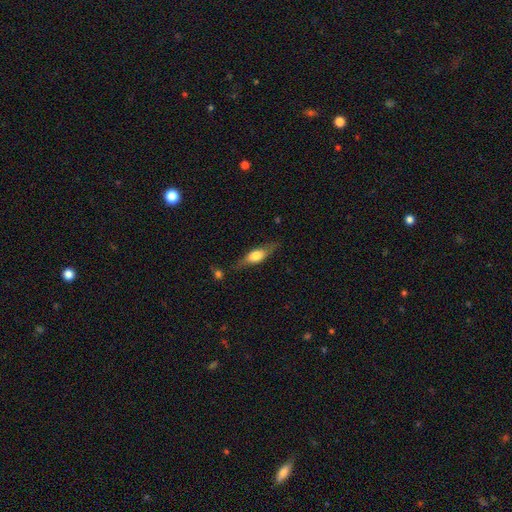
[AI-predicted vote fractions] Smooth or featured? Predicted: smooth (p=0.51). How rounded? Predicted: in between (p=0.53). Merging? Predicted: none (p=0.71).